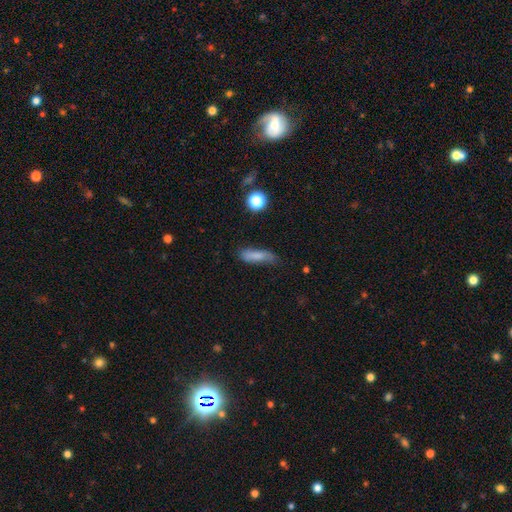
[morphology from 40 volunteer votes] A smooth galaxy with no disk features (78%) that is in between round and cigar-shaped (45%).

Vote fractions:
- Smooth or featured? smooth: 78% / featured or disk: 15% / star or artifact: 8%
- How rounded? in between: 45% / cigar-shaped: 42% / round: 13%
- Merging? none: 68% / minor disturbance: 27% / major disturbance: 3% / merger: 3%